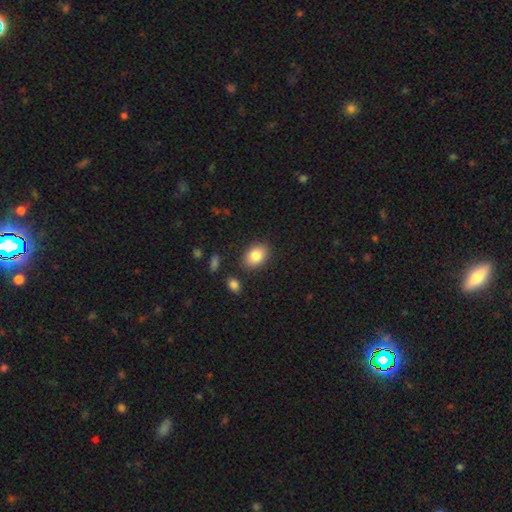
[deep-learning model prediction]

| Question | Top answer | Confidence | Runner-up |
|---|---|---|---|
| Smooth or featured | smooth | 83% | featured or disk (9%) |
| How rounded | in between | 82% | round (17%) |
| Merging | none | 85% | minor disturbance (10%) |